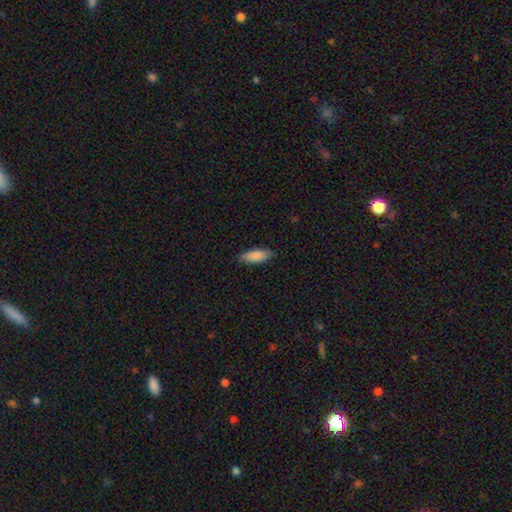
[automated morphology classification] A smooth galaxy with no disk features (87%) that is in between round and cigar-shaped (65%). Merging: none (86%).